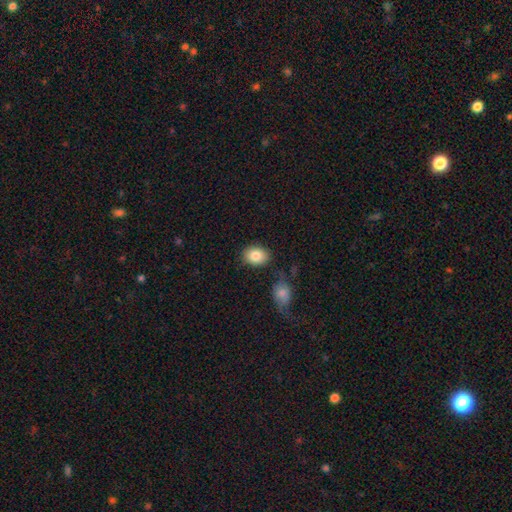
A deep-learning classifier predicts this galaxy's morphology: smooth_or_featured: smooth (p=0.84) [alt: featured or disk p=0.08]
how_rounded: in between (p=0.64) [alt: round p=0.35]
merging: none (p=0.81) [alt: minor disturbance p=0.11]